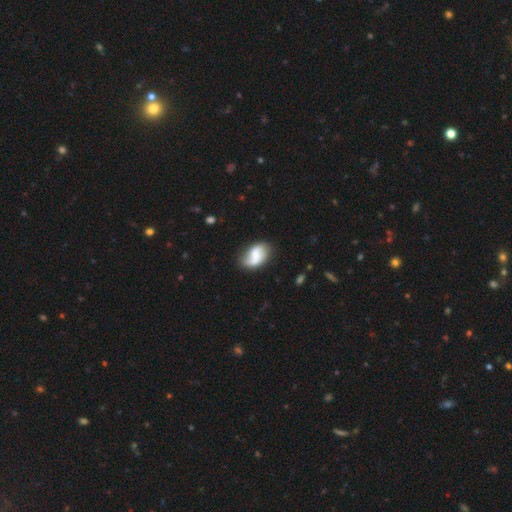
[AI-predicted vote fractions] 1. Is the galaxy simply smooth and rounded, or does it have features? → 48% smooth, 45% featured or disk, 8% star or artifact.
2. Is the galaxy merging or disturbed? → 58% none, 27% minor disturbance, 11% major disturbance, 4% merger.